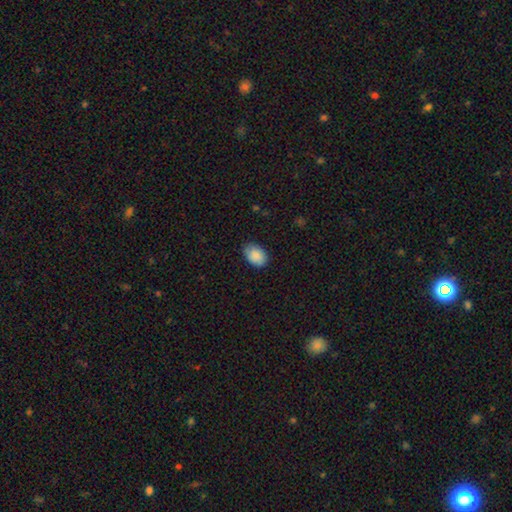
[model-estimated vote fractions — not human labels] Smooth or featured?
  - smooth: 89% *
  - star or artifact: 7%
  - featured or disk: 5%
How rounded?
  - in between: 83% *
  - round: 16%
  - cigar-shaped: 1%
Merging?
  - none: 81% *
  - minor disturbance: 16%
  - major disturbance: 2%
  - merger: 1%